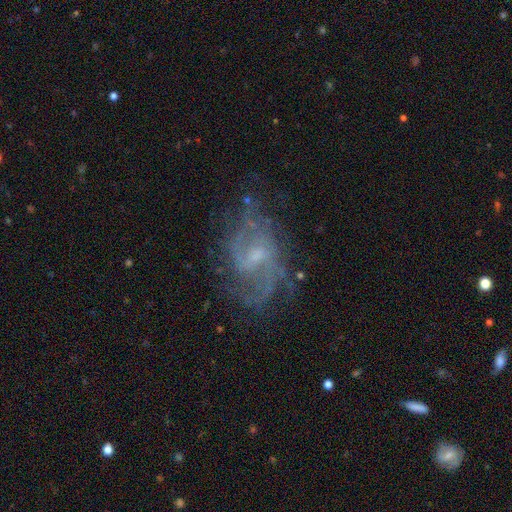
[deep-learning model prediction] Q: Smooth or featured?
A: featured or disk (82%); runner-up: star or artifact (9%)
Q: Edge-on disk?
A: no (97%); runner-up: yes (3%)
Q: Bar?
A: weak (54%); runner-up: no (36%)
Q: Spiral arms?
A: yes (91%); runner-up: no (9%)
Q: Spiral winding?
A: medium (45%); runner-up: loose (31%)
Q: Spiral arm count?
A: 2 (45%); runner-up: can't tell (27%)
Q: Bulge size?
A: small (60%); runner-up: moderate (28%)
Q: Merging?
A: none (63%); runner-up: minor disturbance (19%)